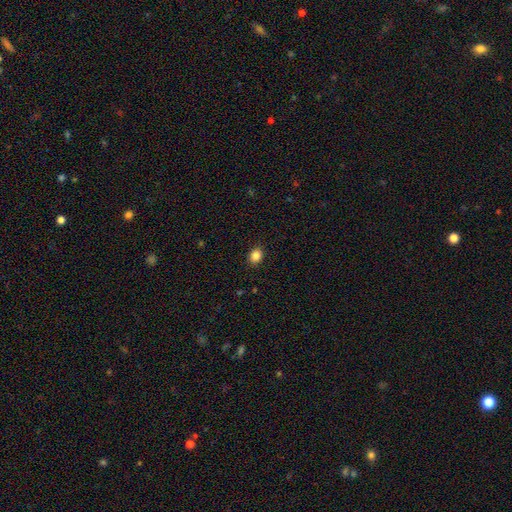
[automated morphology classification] This is clearly a smooth galaxy (86%). How rounded: possibly round (53%). Merging: clearly none (89%).